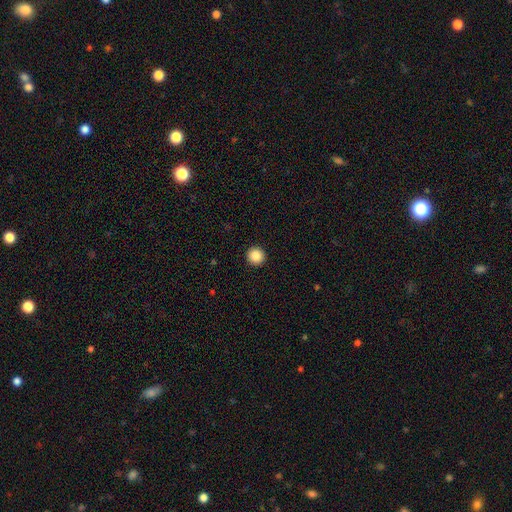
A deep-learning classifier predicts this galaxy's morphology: Q: Smooth or featured?
A: smooth (86%); runner-up: star or artifact (9%)
Q: How rounded?
A: round (96%); runner-up: in between (3%)
Q: Merging?
A: none (94%); runner-up: minor disturbance (4%)